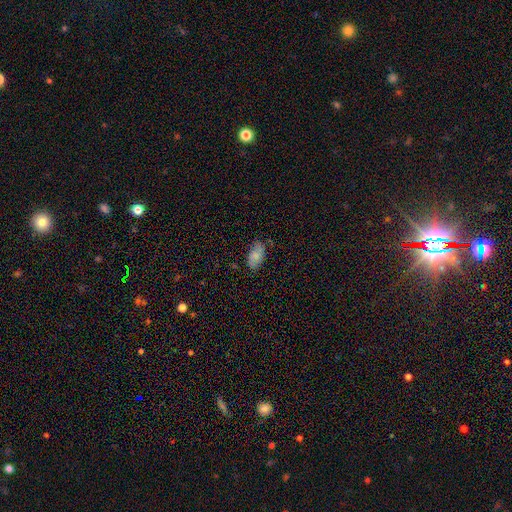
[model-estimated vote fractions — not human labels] smooth-or-featured: smooth: 64% | featured or disk: 27% | star or artifact: 8%
  how-rounded: in between: 93% | round: 4% | cigar-shaped: 3%
  merging: none: 72% | minor disturbance: 21% | major disturbance: 5% | merger: 2%